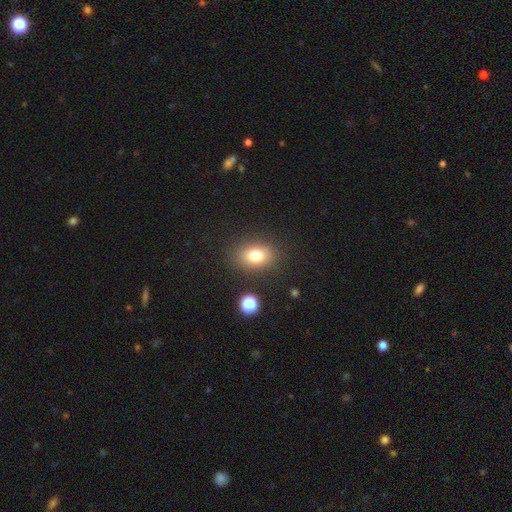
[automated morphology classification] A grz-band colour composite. It shows a smooth galaxy with no disk features (77%) that is in between round and cigar-shaped (69%). Merging: none (84%).